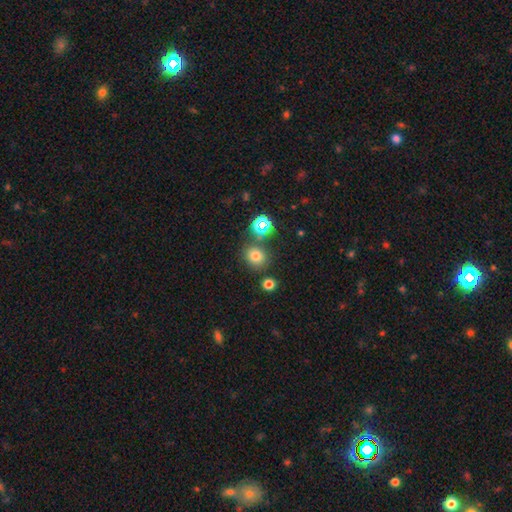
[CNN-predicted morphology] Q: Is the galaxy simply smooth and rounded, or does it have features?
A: smooth — 72%.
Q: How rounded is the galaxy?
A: round — 77%.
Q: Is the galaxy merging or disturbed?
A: none — 76%.